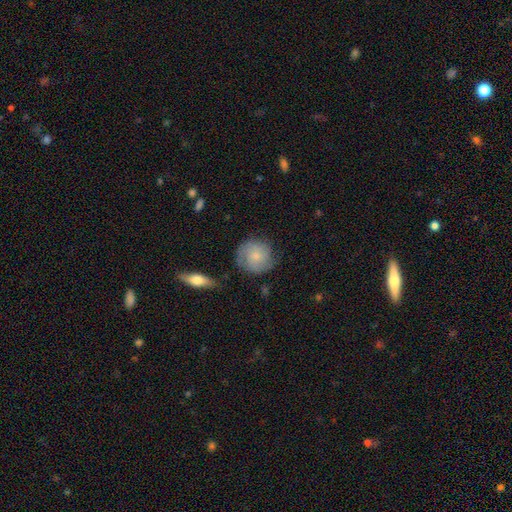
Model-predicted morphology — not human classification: smooth 60%, featured or disk 34%, star or artifact 7%. Down the decision tree: how rounded — round (91%); merging — none (71%).